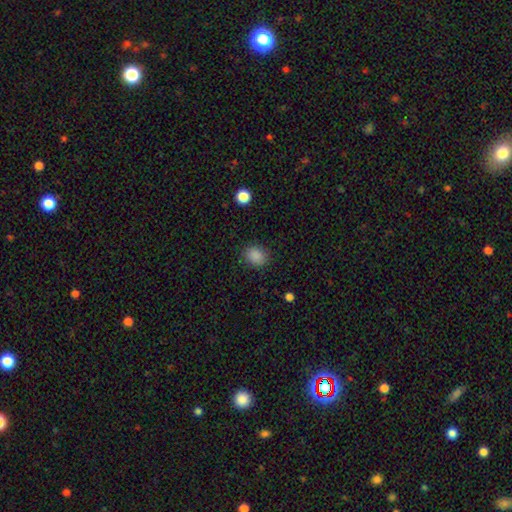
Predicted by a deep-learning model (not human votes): Smooth or featured? Predicted: smooth (p=0.87). How rounded? Predicted: round (p=0.52). Merging? Predicted: none (p=0.85).